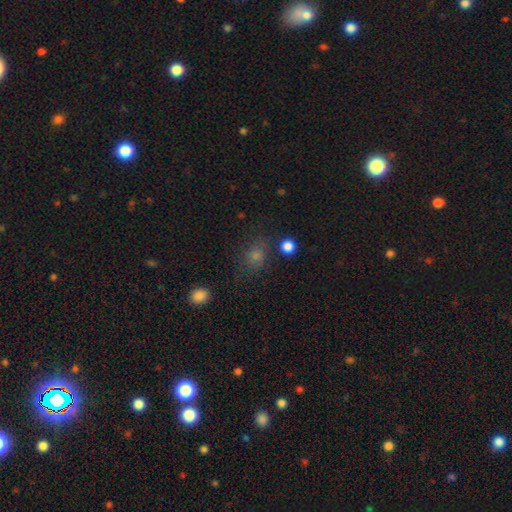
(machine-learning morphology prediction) Q: Smooth or featured?
A: smooth (68%); runner-up: star or artifact (23%)
Q: How rounded?
A: round (58%); runner-up: in between (41%)
Q: Merging?
A: none (74%); runner-up: minor disturbance (15%)